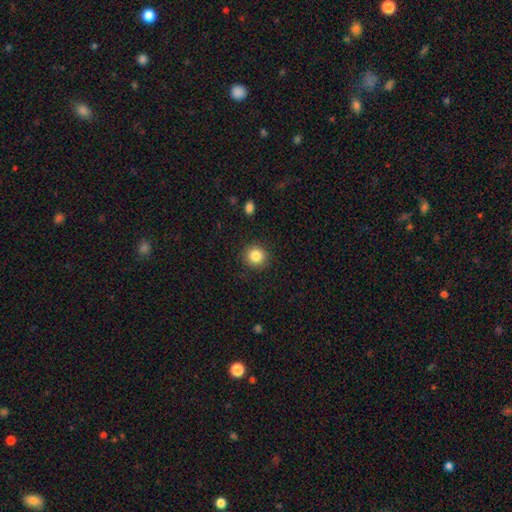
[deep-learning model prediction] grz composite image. It shows a smooth galaxy with no disk features (85%) that is round (91%). Merging: none (90%).